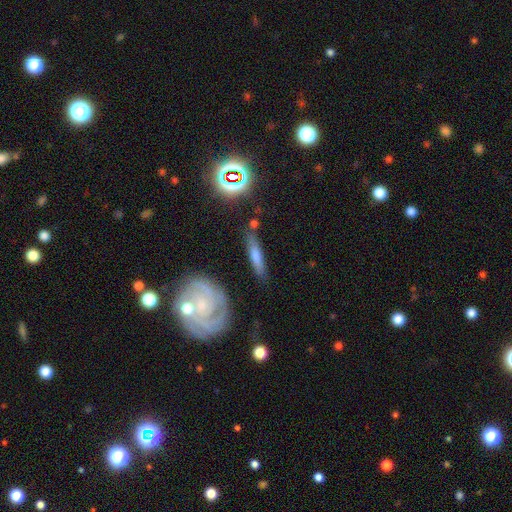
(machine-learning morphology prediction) smooth-or-featured: featured or disk: 50% | smooth: 40% | star or artifact: 10%
  disk-edge-on: yes: 52% | no: 48%
  merging: none: 77% | minor disturbance: 14% | merger: 5% | major disturbance: 4%